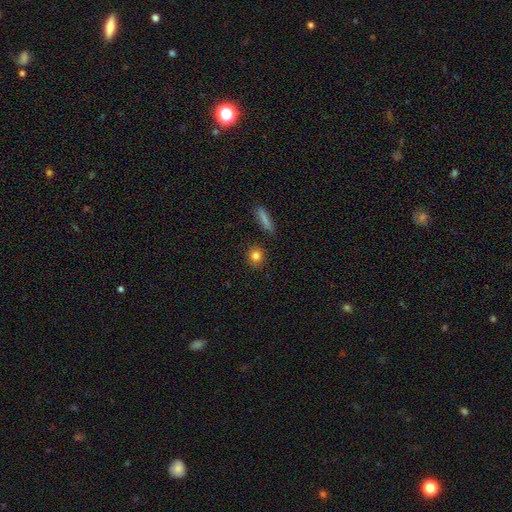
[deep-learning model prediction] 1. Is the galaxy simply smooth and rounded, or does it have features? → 83% smooth, 10% star or artifact, 7% featured or disk.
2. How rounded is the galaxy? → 81% round, 16% in between, 3% cigar-shaped.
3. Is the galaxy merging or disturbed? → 89% none, 7% minor disturbance, 2% merger, 2% major disturbance.